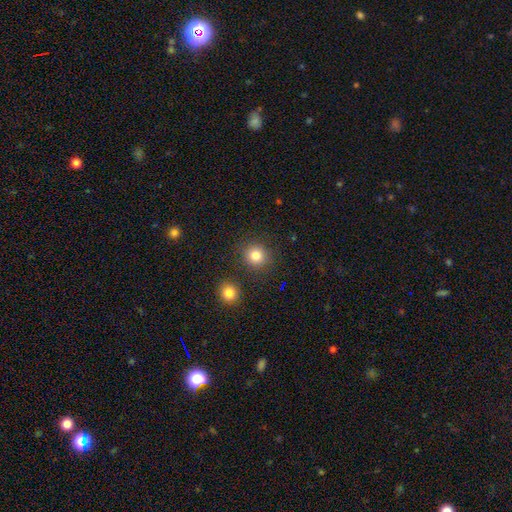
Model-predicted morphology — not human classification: Smooth or featured? smooth (82%)
How rounded? round (89%)
Merging? none (85%)